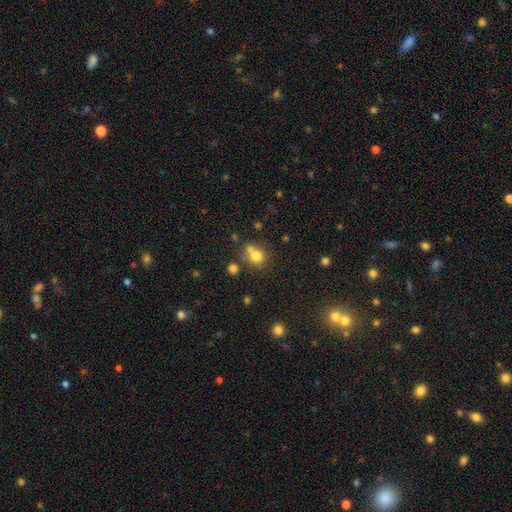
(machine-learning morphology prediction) This is likely a smooth galaxy (75%). How rounded: clearly round (84%). Merging: possibly none (55%).